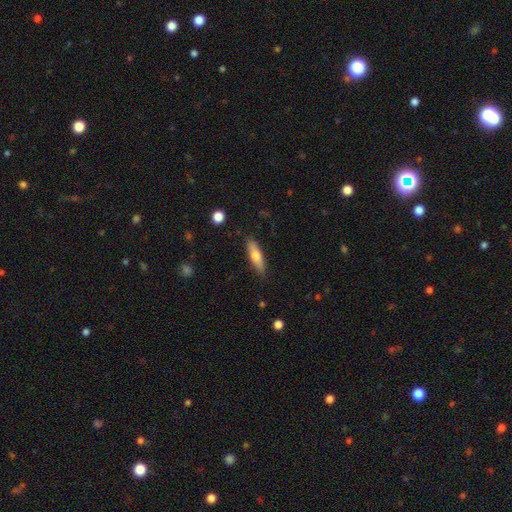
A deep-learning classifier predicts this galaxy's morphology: A smooth galaxy with no disk features (59%) that is cigar-shaped (64%).

Vote fractions:
- Smooth or featured? smooth: 59% / featured or disk: 35% / star or artifact: 6%
- How rounded? cigar-shaped: 64% / in between: 33% / round: 2%
- Merging? none: 86% / minor disturbance: 10% / major disturbance: 2% / merger: 1%